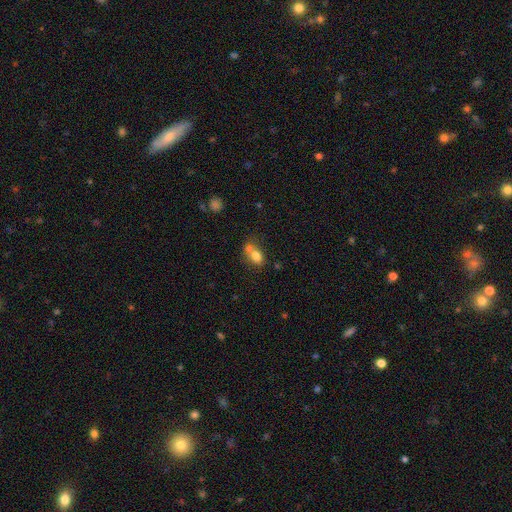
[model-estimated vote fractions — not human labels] A smooth galaxy with no disk features (75%) that is in between round and cigar-shaped (63%). Merging: merger (52%).